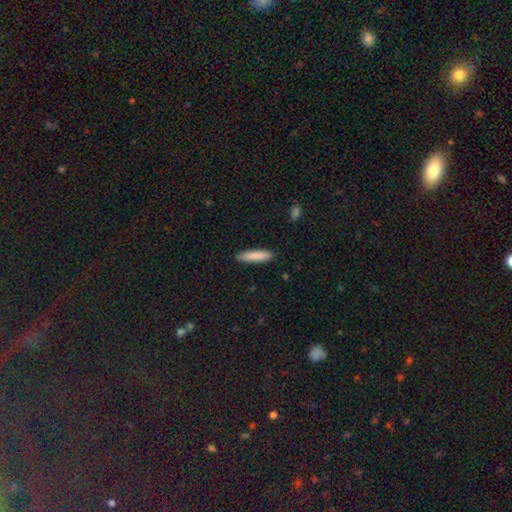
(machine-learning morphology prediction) A smooth galaxy with no disk features (86%) that is cigar-shaped (81%). Merging: none (90%).